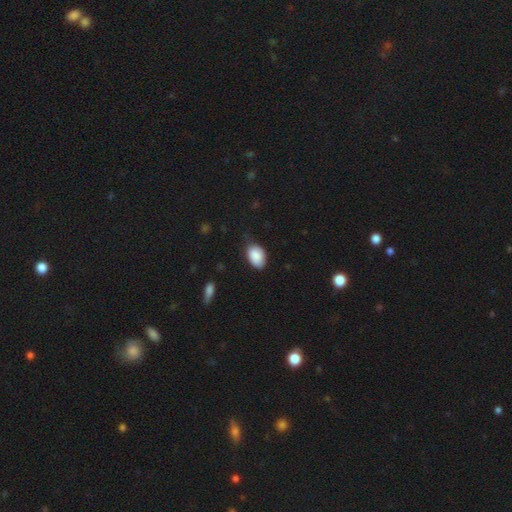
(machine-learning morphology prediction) smooth_or_featured: smooth (p=0.88) [alt: star or artifact p=0.07]
how_rounded: in between (p=0.87) [alt: round p=0.12]
merging: none (p=0.69) [alt: minor disturbance p=0.26]